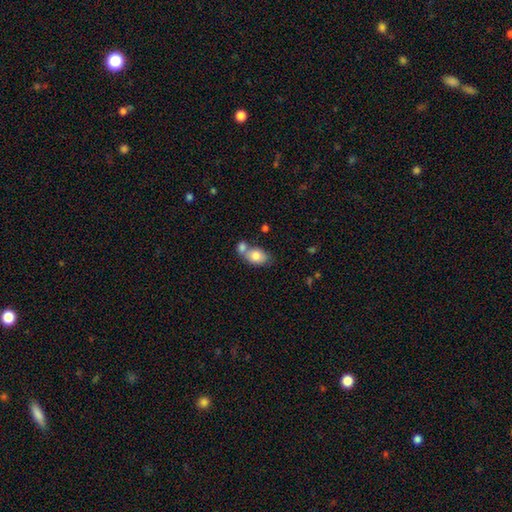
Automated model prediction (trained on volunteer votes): Smooth or featured? Predicted: smooth (p=0.79). How rounded? Predicted: in between (p=0.82). Merging? Predicted: merger (p=0.49).